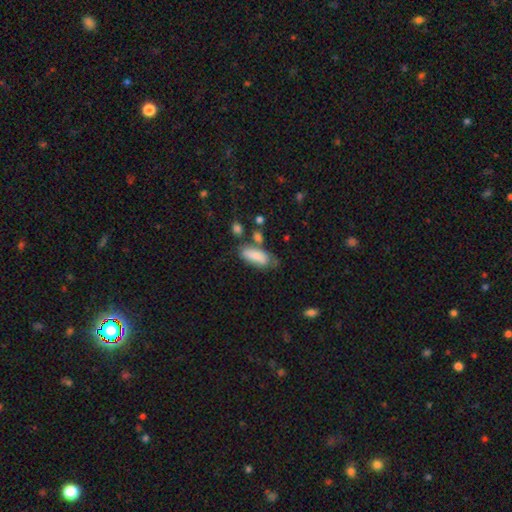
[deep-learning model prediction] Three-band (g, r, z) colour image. It shows a smooth galaxy with no disk features (84%) that is in between round and cigar-shaped (80%). Merging: none (50%).